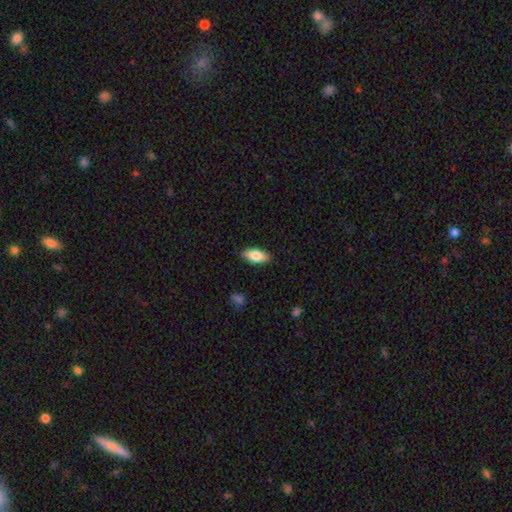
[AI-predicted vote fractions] This is clearly a smooth galaxy (83%). How rounded: clearly in between (88%). Merging: clearly none (88%).